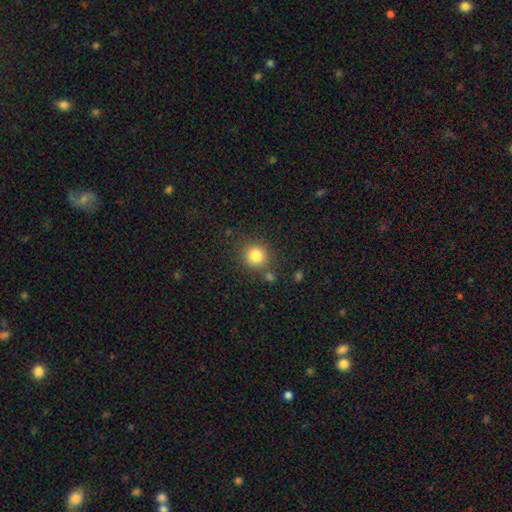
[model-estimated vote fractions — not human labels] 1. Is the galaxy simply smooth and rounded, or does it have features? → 83% smooth, 11% star or artifact, 6% featured or disk.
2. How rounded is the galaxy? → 91% round, 8% in between, 1% cigar-shaped.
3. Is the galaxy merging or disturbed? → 81% none, 9% minor disturbance, 7% merger, 4% major disturbance.